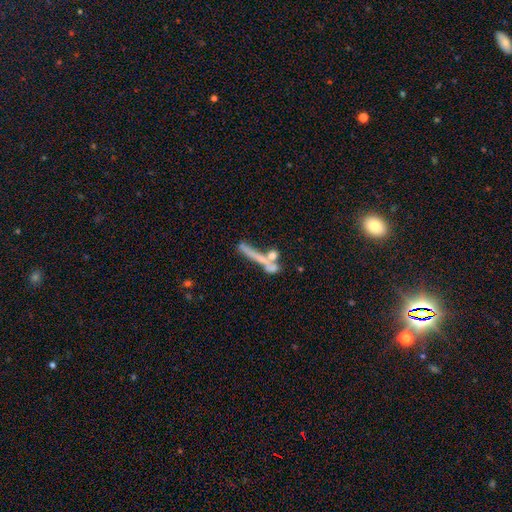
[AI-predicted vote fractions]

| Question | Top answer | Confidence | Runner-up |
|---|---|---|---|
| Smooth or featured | smooth | 44% | featured or disk (43%) |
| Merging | none | 45% | merger (31%) |